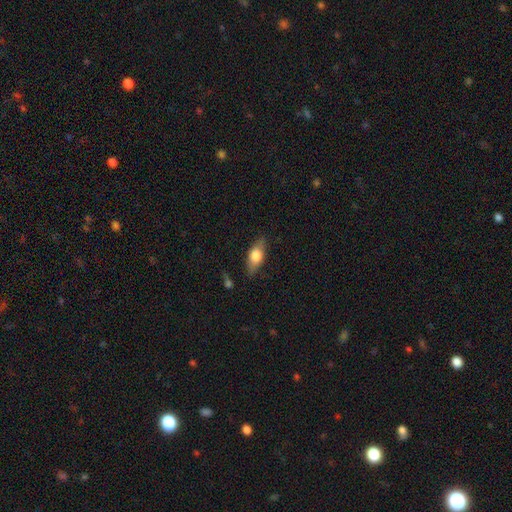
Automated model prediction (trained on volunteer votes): Smooth or featured: smooth — 61% (featured or disk — 33%)
How rounded: in between — 74% (cigar-shaped — 20%)
Merging: none — 80% (minor disturbance — 15%)